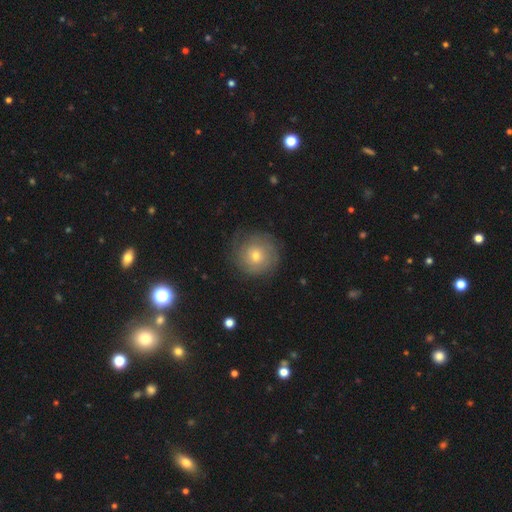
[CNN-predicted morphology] The model was most divided on "smooth or featured": smooth: 46%, featured or disk: 43%, star or artifact: 11%. More confident: merging — none (79%).